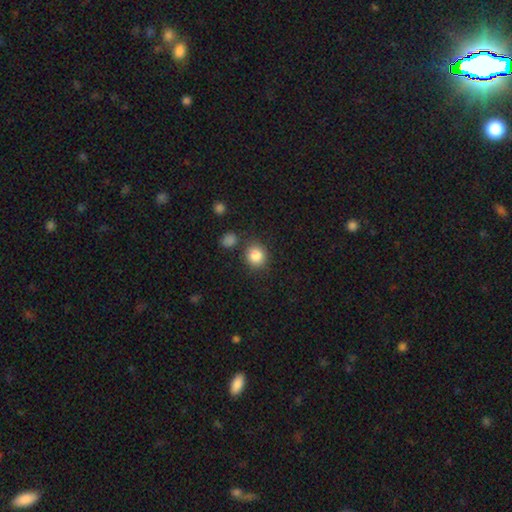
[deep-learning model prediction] Smooth or featured: smooth — 86% (star or artifact — 9%)
How rounded: round — 83% (in between — 16%)
Merging: none — 80% (minor disturbance — 10%)